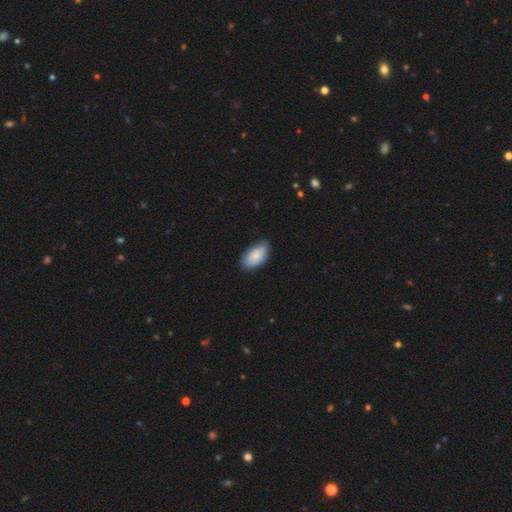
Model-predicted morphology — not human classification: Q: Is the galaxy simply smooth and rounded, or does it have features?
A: smooth — 82%.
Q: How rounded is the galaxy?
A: in between — 94%.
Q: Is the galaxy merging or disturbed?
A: none — 62%.